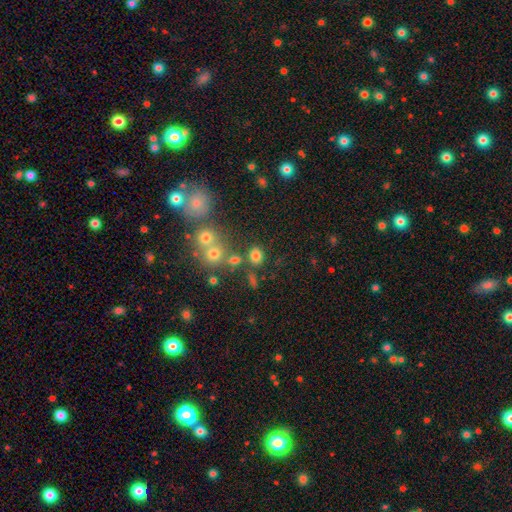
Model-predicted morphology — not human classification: smooth-or-featured: smooth: 76% | star or artifact: 16% | featured or disk: 8%
  how-rounded: round: 67% | in between: 31% | cigar-shaped: 1%
  merging: none: 72% | merger: 13% | minor disturbance: 11% | major disturbance: 5%